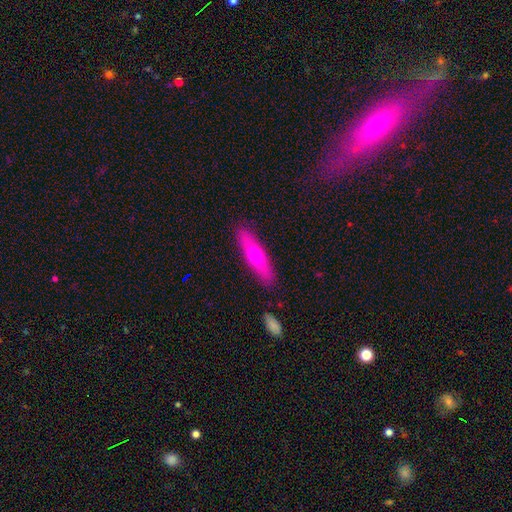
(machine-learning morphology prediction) type=smooth (58%); roundness=cigar-shaped (75%); merging=none (87%).